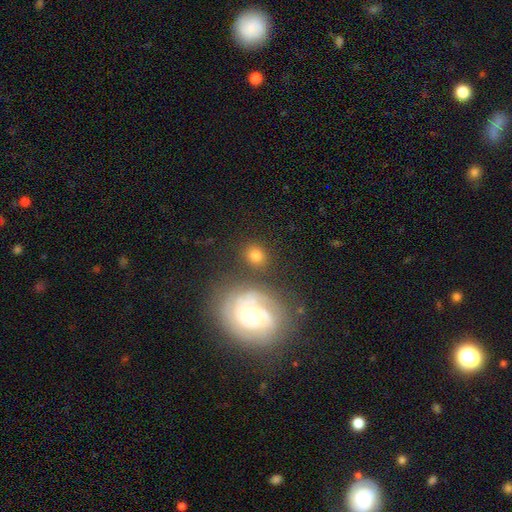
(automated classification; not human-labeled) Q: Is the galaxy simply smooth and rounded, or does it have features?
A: smooth — 65%.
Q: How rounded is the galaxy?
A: round — 72%.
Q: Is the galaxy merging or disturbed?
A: none — 76%.